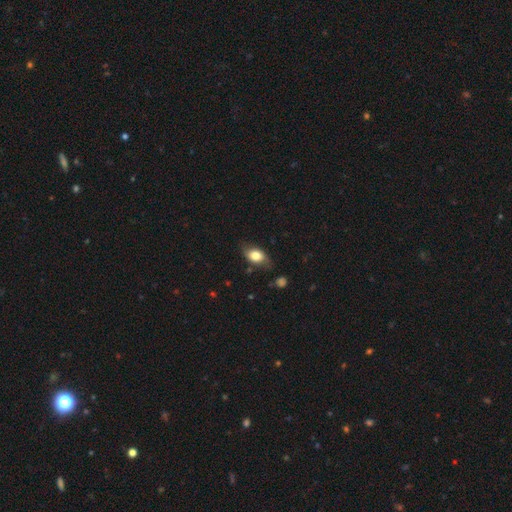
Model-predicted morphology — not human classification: smooth 76%, featured or disk 17%, star or artifact 8%. Down the decision tree: how rounded — in between (84%); merging — none (70%).